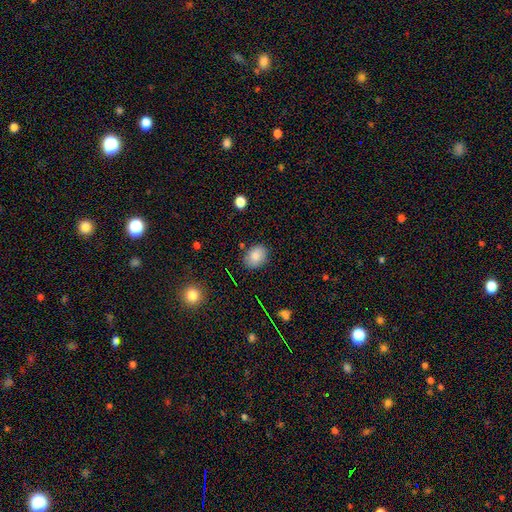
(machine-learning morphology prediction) smooth_or_featured: smooth (p=0.84) [alt: star or artifact p=0.09]
how_rounded: in between (p=0.64) [alt: round p=0.35]
merging: none (p=0.83) [alt: minor disturbance p=0.12]